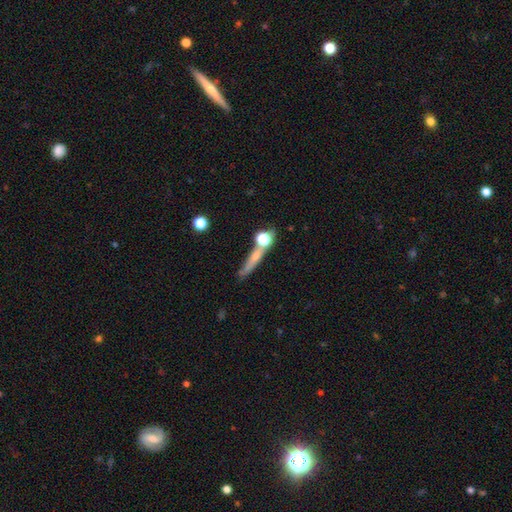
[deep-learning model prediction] Q: Smooth or featured?
A: smooth (48%); runner-up: featured or disk (37%)
Q: Merging?
A: none (64%); runner-up: merger (16%)